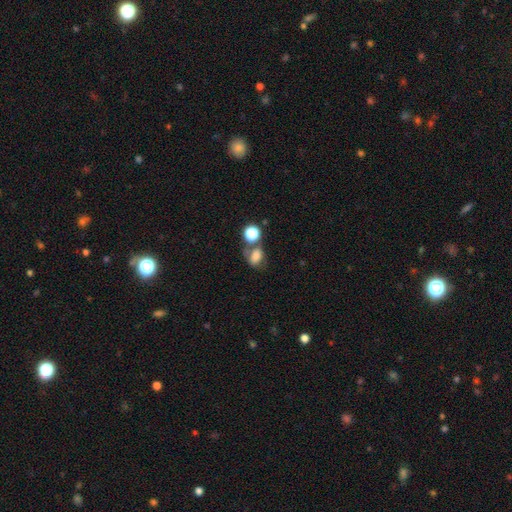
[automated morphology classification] This appears to be a smooth galaxy with no disk features (73%) that is in between round and cigar-shaped (64%). Merging: none (41%).